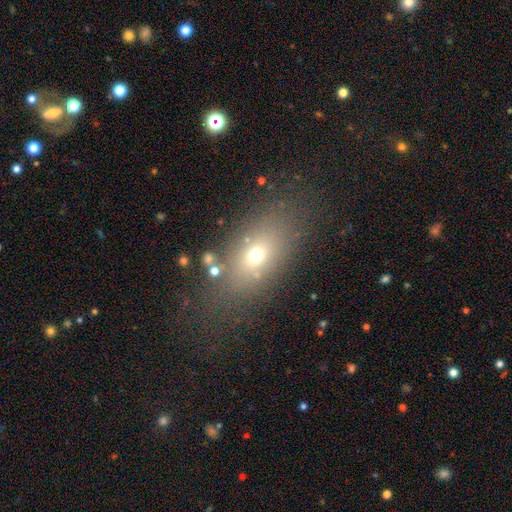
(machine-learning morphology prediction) smooth-or-featured: smooth: 64% | featured or disk: 19% | star or artifact: 17%
  how-rounded: in between: 75% | round: 17% | cigar-shaped: 8%
  merging: none: 73% | minor disturbance: 14% | major disturbance: 9% | merger: 5%